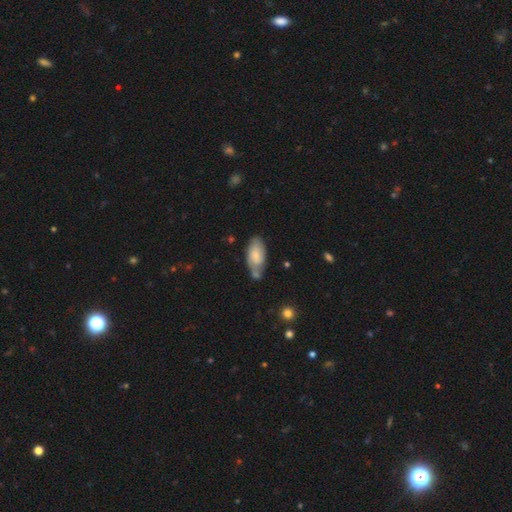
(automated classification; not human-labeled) smooth 67%, featured or disk 27%, star or artifact 6%. Down the decision tree: how rounded — in between (90%); merging — none (50%).